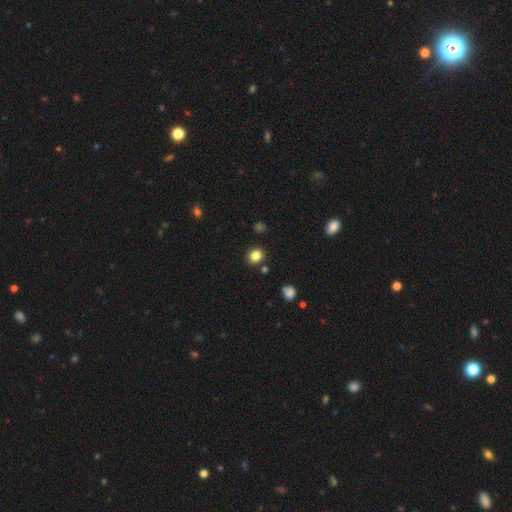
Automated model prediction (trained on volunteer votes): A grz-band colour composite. It shows a smooth galaxy with no disk features (83%) that is round (71%). Merging: none (87%).